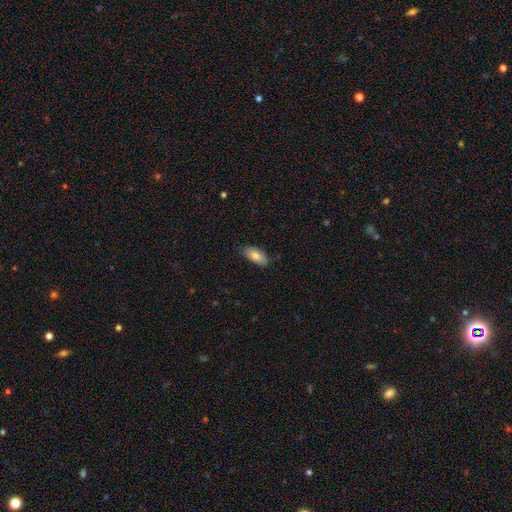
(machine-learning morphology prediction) type=smooth (84%); roundness=in between (90%); merging=none (81%).